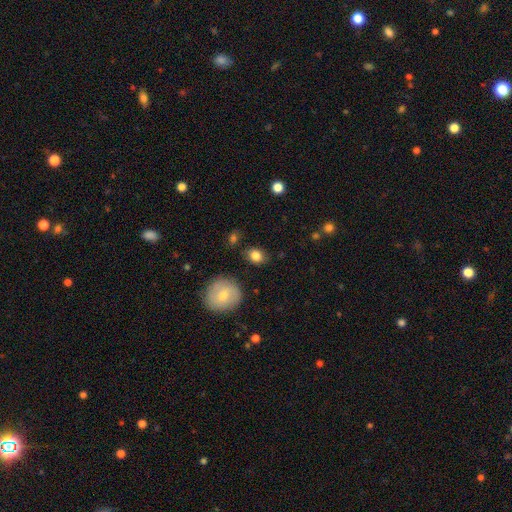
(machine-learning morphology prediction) This appears to be a smooth galaxy with no disk features (83%) that is in between round and cigar-shaped (62%). Merging: none (83%).